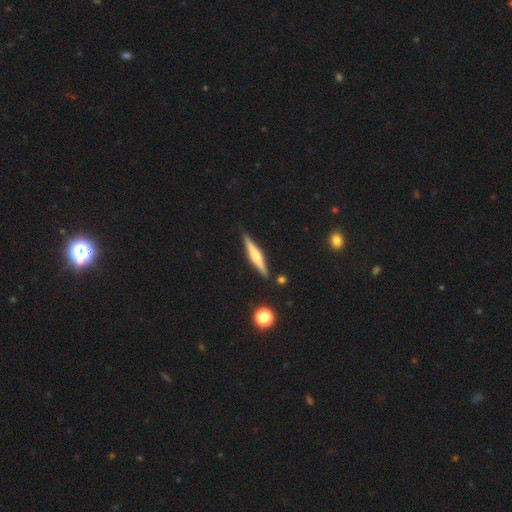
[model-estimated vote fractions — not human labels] A featured or disk galaxy (57%) viewed edge-on (97%) with a rounded central bulge (67%).

Vote fractions:
- Smooth or featured? featured or disk: 57% / smooth: 36% / star or artifact: 6%
- Edge-on disk? yes: 97% / no: 3%
- Edge-on bulge? rounded: 67% / boxy: 17% / none: 16%
- Merging? none: 89% / minor disturbance: 7% / merger: 2% / major disturbance: 2%